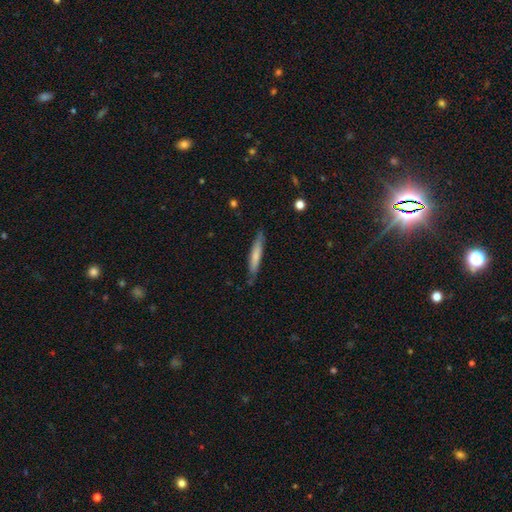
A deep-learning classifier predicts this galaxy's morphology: A smooth galaxy with no disk features (69%) that is cigar-shaped (91%). Merging: none (81%).